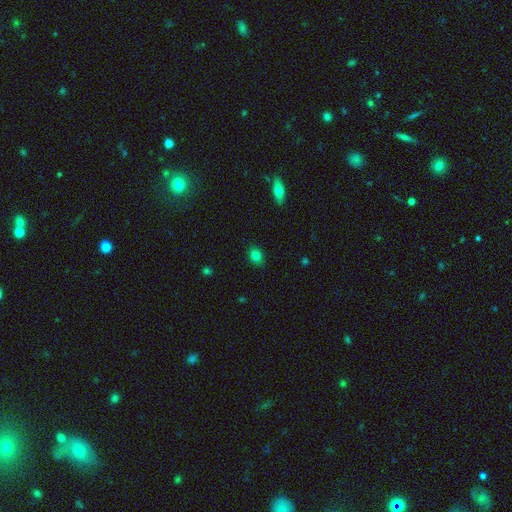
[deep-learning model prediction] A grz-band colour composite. It shows a smooth galaxy with no disk features (82%) that is in between round and cigar-shaped (65%). Merging: none (86%).